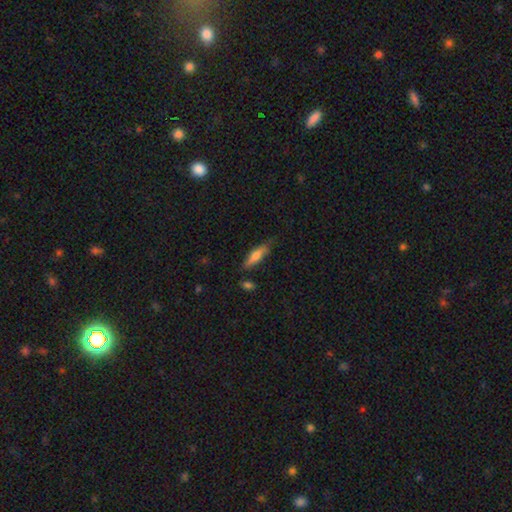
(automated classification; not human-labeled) Smooth or featured?
  - smooth: 67% *
  - featured or disk: 26%
  - star or artifact: 6%
How rounded?
  - cigar-shaped: 62% *
  - in between: 36%
  - round: 2%
Merging?
  - none: 72% *
  - minor disturbance: 21%
  - major disturbance: 4%
  - merger: 3%